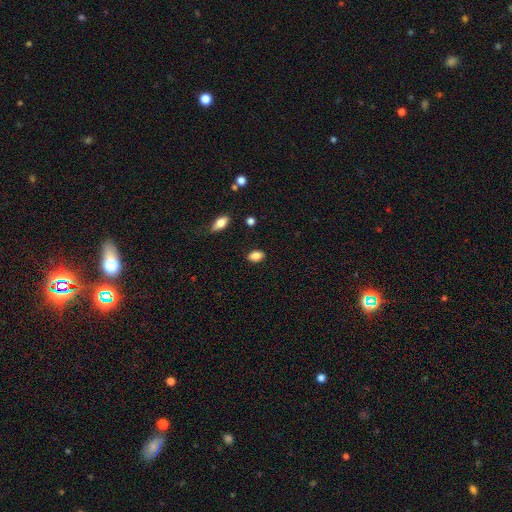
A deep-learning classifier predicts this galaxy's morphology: Smooth or featured? Predicted: smooth (p=0.86). How rounded? Predicted: in between (p=0.85). Merging? Predicted: none (p=0.87).